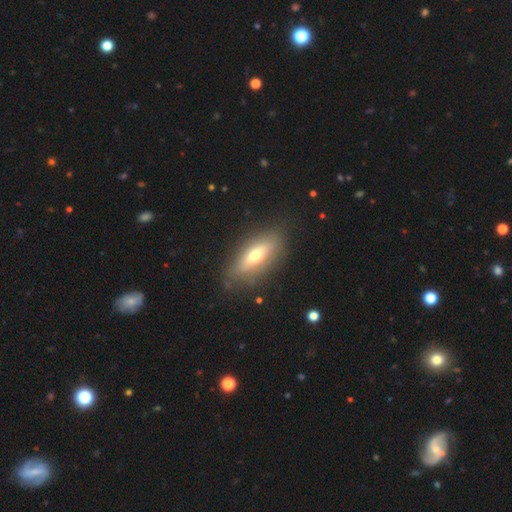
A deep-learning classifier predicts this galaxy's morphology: type=smooth (52%); roundness=in between (61%); merging=none (81%).